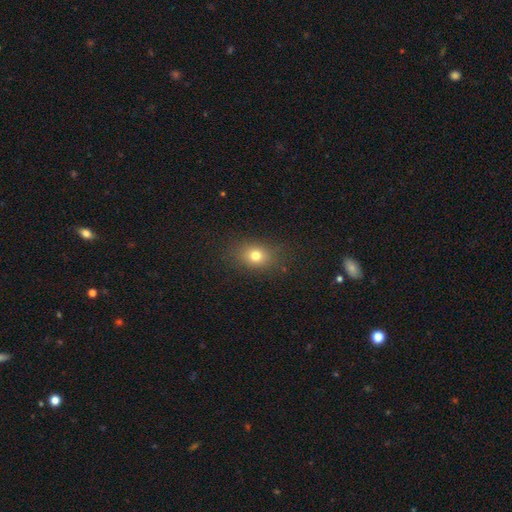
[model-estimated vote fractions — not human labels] A smooth galaxy with no disk features (76%) that is in between round and cigar-shaped (55%). Merging: none (84%).